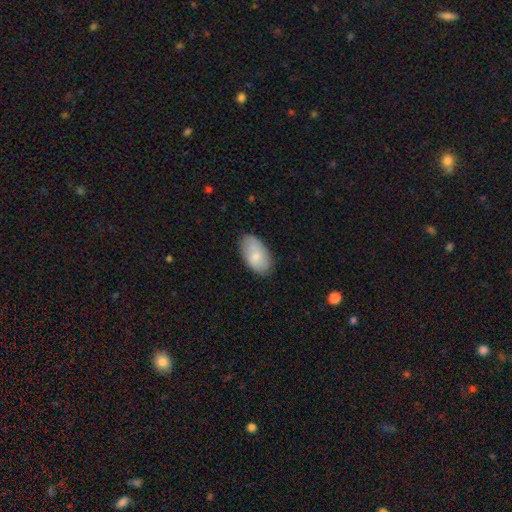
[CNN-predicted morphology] Q: Smooth or featured?
A: smooth (71%); runner-up: featured or disk (23%)
Q: How rounded?
A: in between (95%); runner-up: round (4%)
Q: Merging?
A: none (79%); runner-up: minor disturbance (17%)